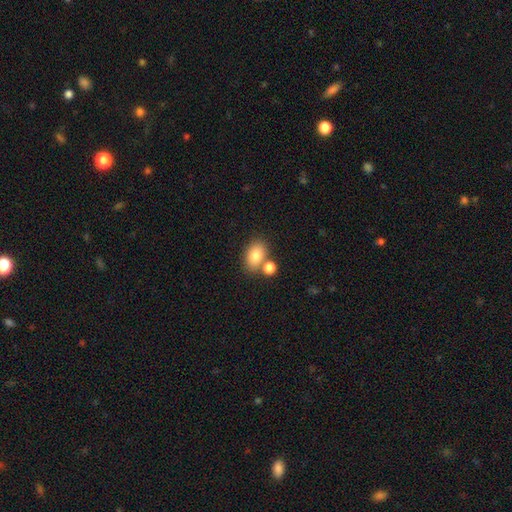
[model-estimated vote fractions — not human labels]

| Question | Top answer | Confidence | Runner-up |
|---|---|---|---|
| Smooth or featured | smooth | 80% | featured or disk (10%) |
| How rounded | in between | 80% | round (19%) |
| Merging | none | 65% | merger (21%) |